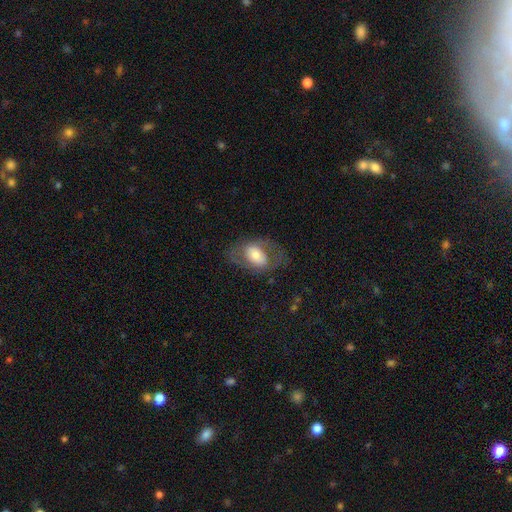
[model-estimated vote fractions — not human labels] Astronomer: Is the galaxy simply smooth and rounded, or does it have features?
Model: smooth — 49% (runner-up: featured or disk, 44%).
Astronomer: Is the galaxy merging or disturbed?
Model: none — 63%.